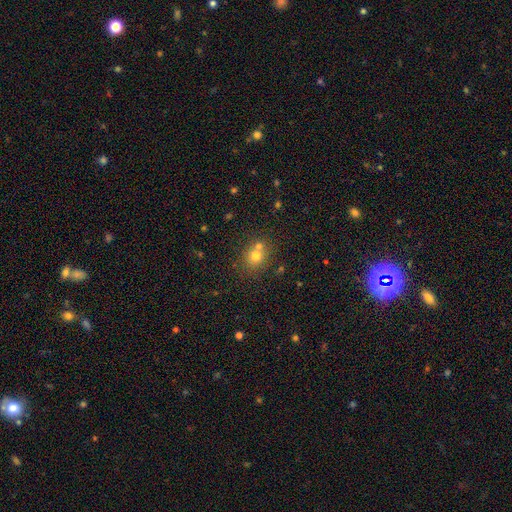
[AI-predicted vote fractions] Morphology: type=smooth (72%); roundness=round (77%); merging=none (56%).